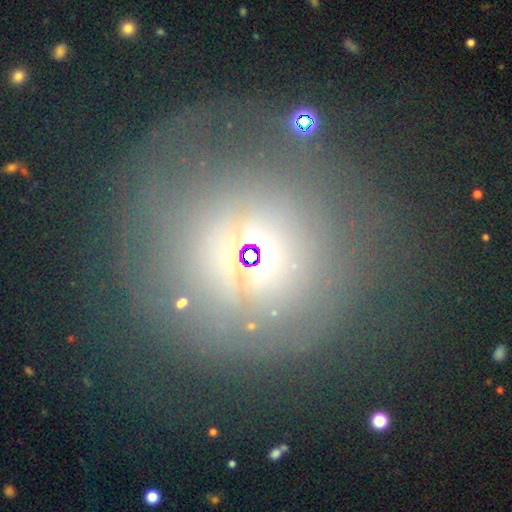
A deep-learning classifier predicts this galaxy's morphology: Smooth or featured?
  - smooth: 43% *
  - featured or disk: 31%
  - star or artifact: 26%
Merging?
  - none: 61% *
  - major disturbance: 18%
  - minor disturbance: 16%
  - merger: 6%